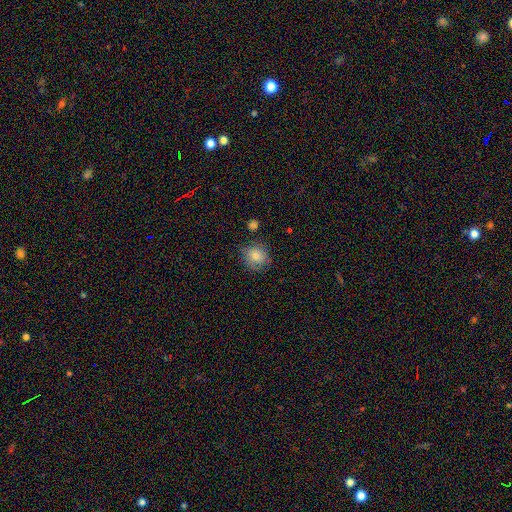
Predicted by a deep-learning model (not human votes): smooth-or-featured: smooth: 77% | featured or disk: 12% | star or artifact: 11%
  how-rounded: round: 87% | in between: 12% | cigar-shaped: 1%
  merging: none: 74% | minor disturbance: 18% | major disturbance: 4% | merger: 3%